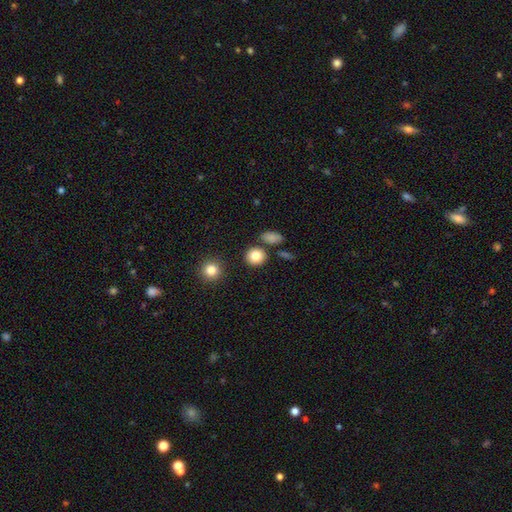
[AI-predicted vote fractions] This is clearly a smooth galaxy (83%). How rounded: clearly round (87%). Merging: clearly none (83%).